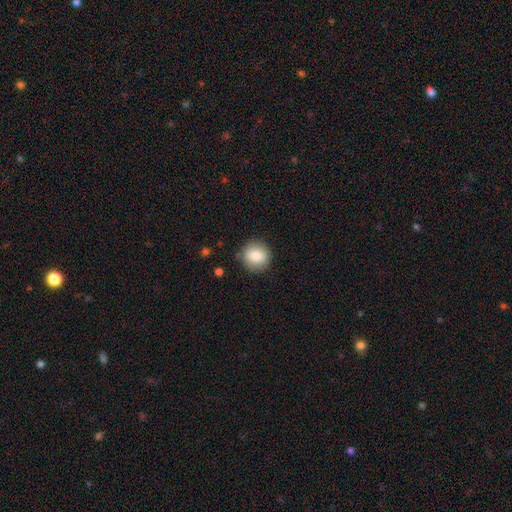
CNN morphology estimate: This appears to be a smooth galaxy with no disk features (85%) that is round (90%). Merging: none (87%).